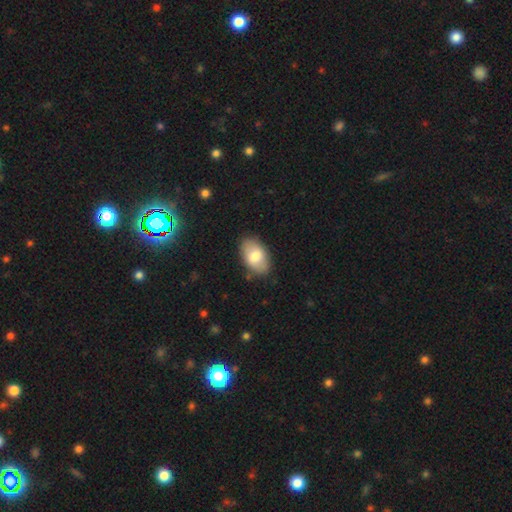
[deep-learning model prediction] Smooth or featured? smooth (75%)
How rounded? in between (93%)
Merging? none (83%)